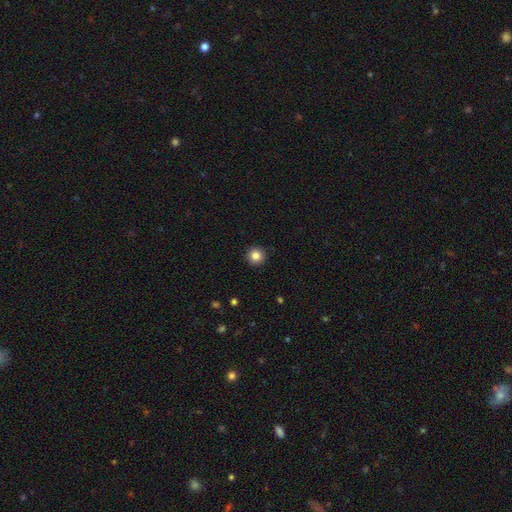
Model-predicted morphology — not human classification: This is clearly a smooth galaxy (86%). How rounded: clearly round (96%). Merging: clearly none (92%).